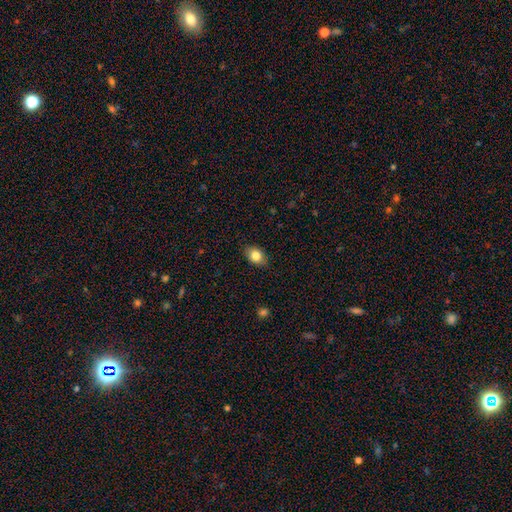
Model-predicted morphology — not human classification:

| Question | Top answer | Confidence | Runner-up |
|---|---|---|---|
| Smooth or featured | smooth | 82% | featured or disk (9%) |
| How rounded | in between | 76% | round (22%) |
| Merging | none | 85% | minor disturbance (11%) |